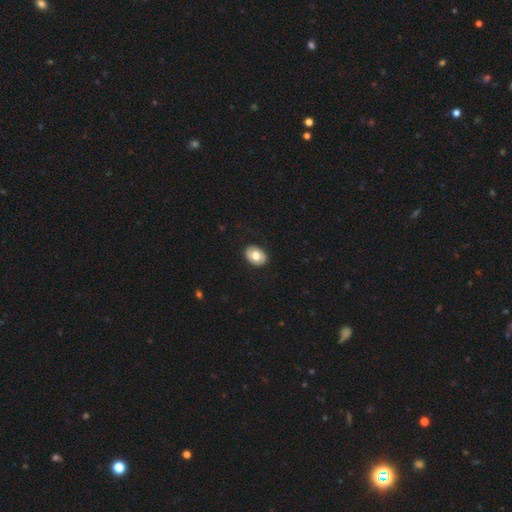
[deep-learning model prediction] Smooth or featured? Predicted: smooth (p=0.69). How rounded? Predicted: in between (p=0.72). Merging? Predicted: none (p=0.89).